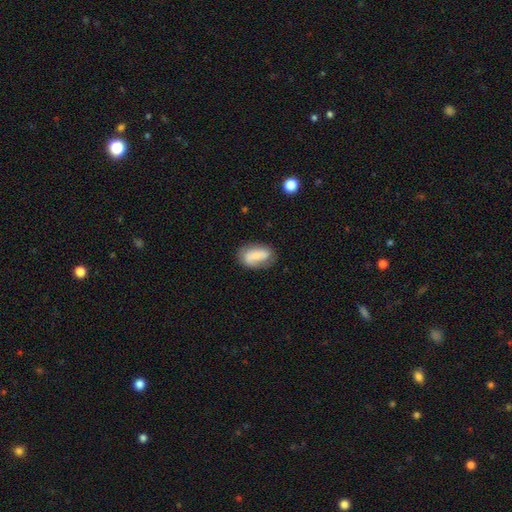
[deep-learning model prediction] This is likely a smooth galaxy (62%). How rounded: clearly in between (90%). Merging: likely none (68%).